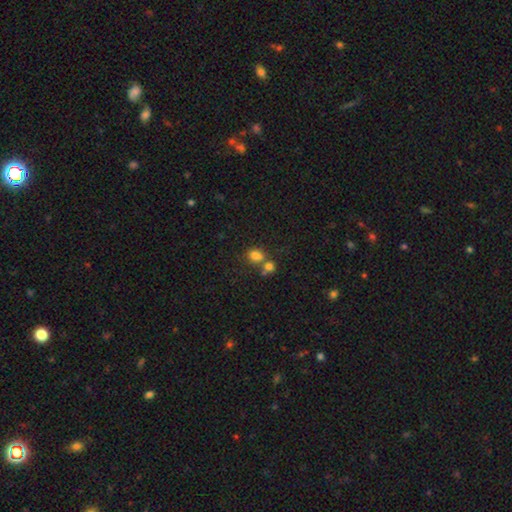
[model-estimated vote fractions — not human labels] Overall: smooth (78%). How rounded: round (59%; in between 40%). Merging: none (45%; merger 42%).